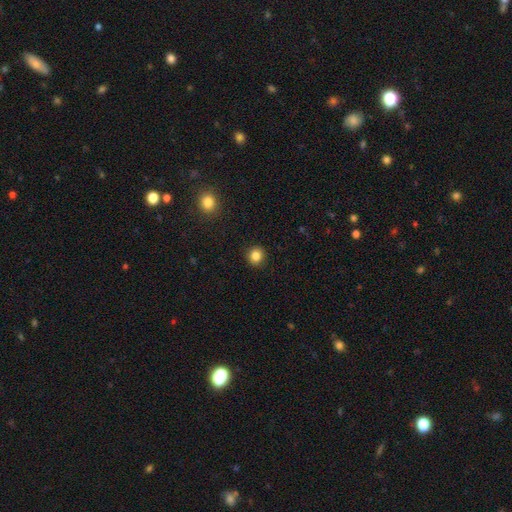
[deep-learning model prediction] A smooth galaxy with no disk features (84%) that is round (89%). Merging: none (92%).